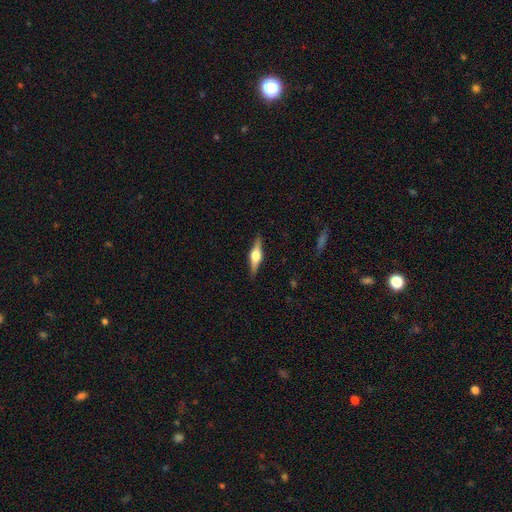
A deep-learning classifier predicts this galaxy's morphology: This is likely a featured or disk galaxy (70%). It is clearly viewed edge-on (97%). Edge-on bulge: clearly rounded (93%). Merging: clearly none (90%).